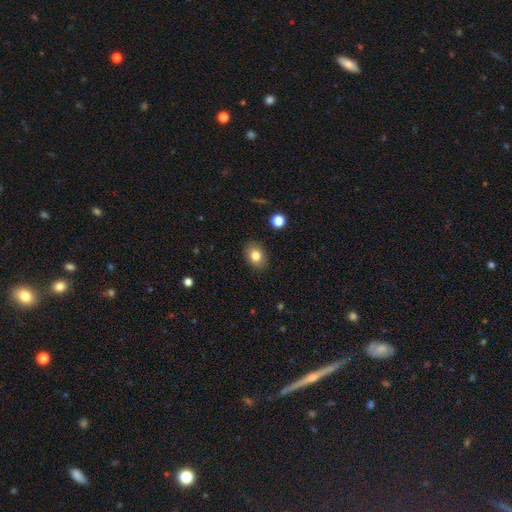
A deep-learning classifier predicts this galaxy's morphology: The model was most divided on "how rounded": in between: 64%, round: 35%, cigar-shaped: 1%. More confident: merging — none (88%); smooth or featured — smooth (82%).